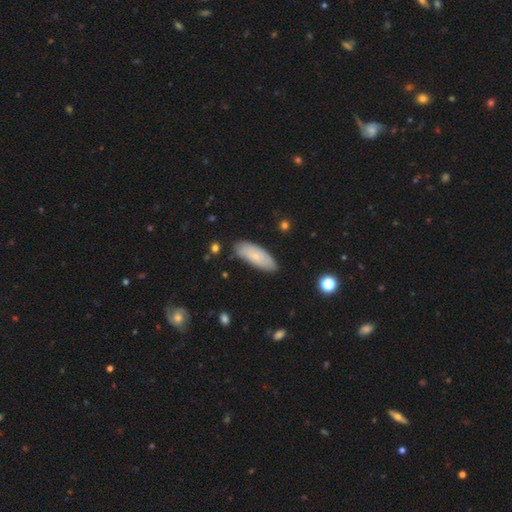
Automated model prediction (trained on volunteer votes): This is likely a smooth galaxy (68%). How rounded: likely in between (75%). Merging: likely none (79%).